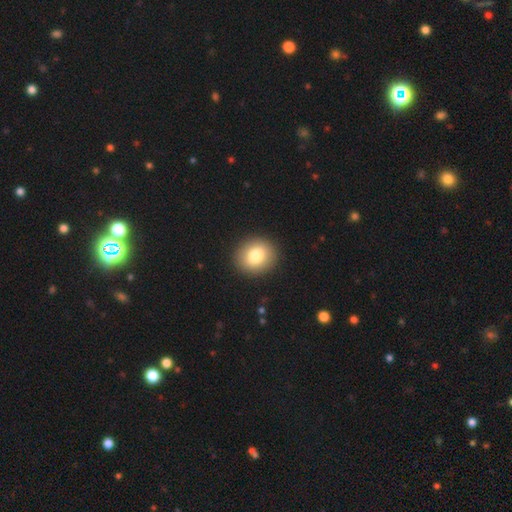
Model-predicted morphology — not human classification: Smooth or featured?
  - smooth: 80% *
  - featured or disk: 11%
  - star or artifact: 9%
How rounded?
  - round: 75% *
  - in between: 24%
  - cigar-shaped: 1%
Merging?
  - none: 92% *
  - minor disturbance: 5%
  - major disturbance: 2%
  - merger: 1%